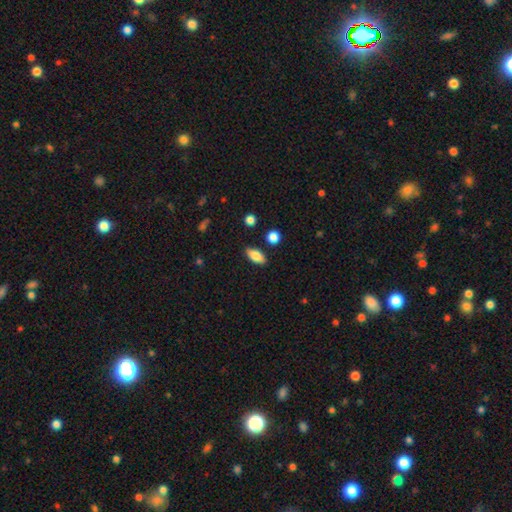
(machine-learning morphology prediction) Smooth or featured? Predicted: smooth (p=0.81). How rounded? Predicted: in between (p=0.86). Merging? Predicted: none (p=0.85).